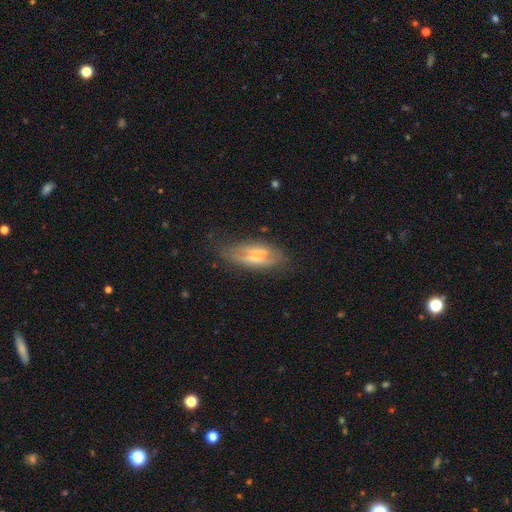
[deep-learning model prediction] This appears to be a featured or disk galaxy (51%) viewed edge-on (58%). Merging: none (62%).